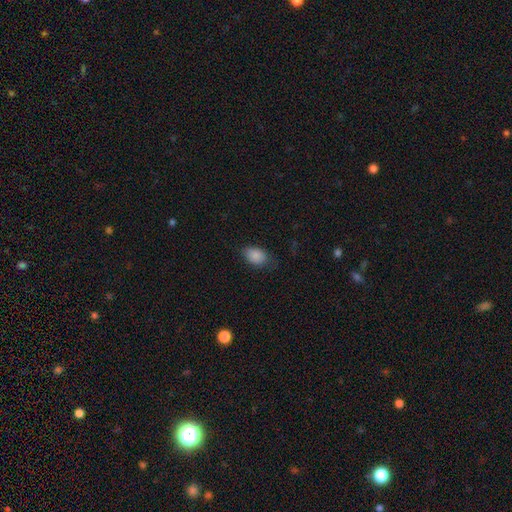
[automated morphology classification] smooth-or-featured: smooth: 86% | star or artifact: 8% | featured or disk: 6%
  how-rounded: in between: 86% | round: 13% | cigar-shaped: 1%
  merging: none: 70% | minor disturbance: 23% | major disturbance: 6% | merger: 1%